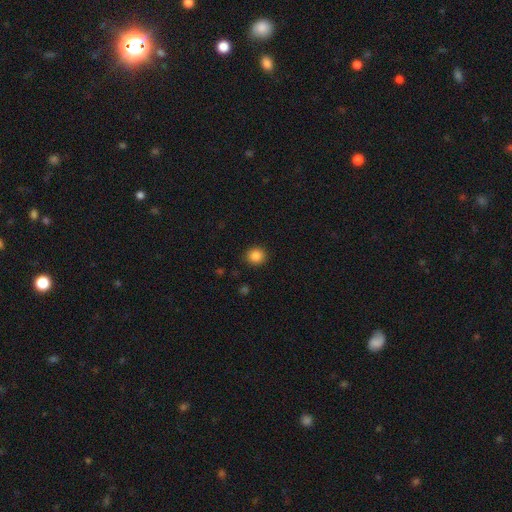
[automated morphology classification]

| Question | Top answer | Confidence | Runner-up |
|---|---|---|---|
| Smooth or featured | smooth | 86% | star or artifact (11%) |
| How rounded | round | 89% | in between (10%) |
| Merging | none | 91% | minor disturbance (6%) |